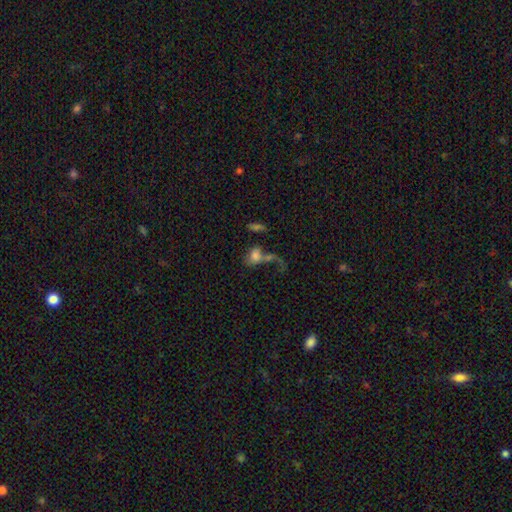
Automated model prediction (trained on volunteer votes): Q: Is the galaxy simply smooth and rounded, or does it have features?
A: smooth — 60%.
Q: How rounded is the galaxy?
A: in between — 68%.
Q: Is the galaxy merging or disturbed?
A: merger — 44%.